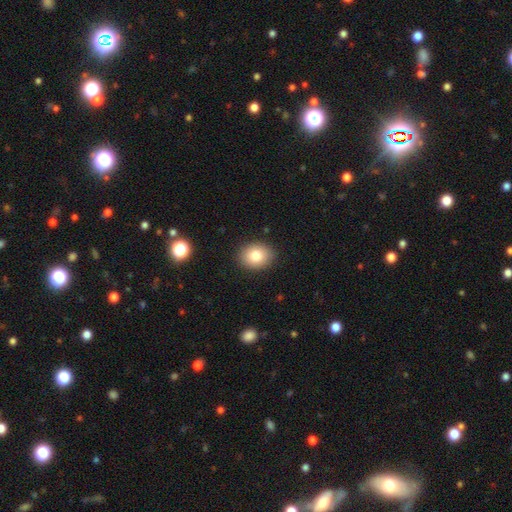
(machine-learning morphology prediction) Smooth or featured?
  - smooth: 81% *
  - star or artifact: 10%
  - featured or disk: 9%
How rounded?
  - round: 50% *
  - in between: 49%
  - cigar-shaped: 1%
Merging?
  - none: 89% *
  - minor disturbance: 8%
  - major disturbance: 2%
  - merger: 1%